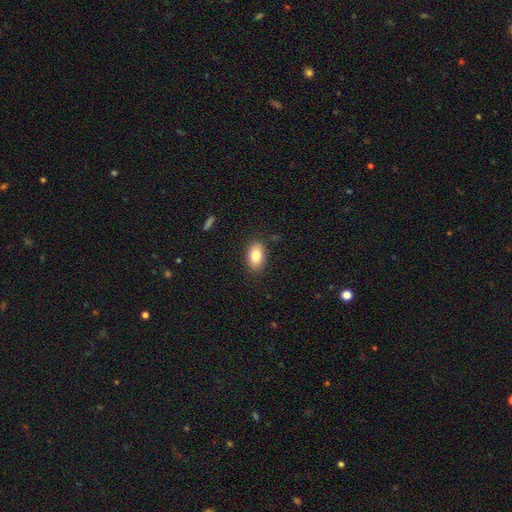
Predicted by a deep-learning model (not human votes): Smooth or featured? smooth (81%)
How rounded? in between (89%)
Merging? none (85%)